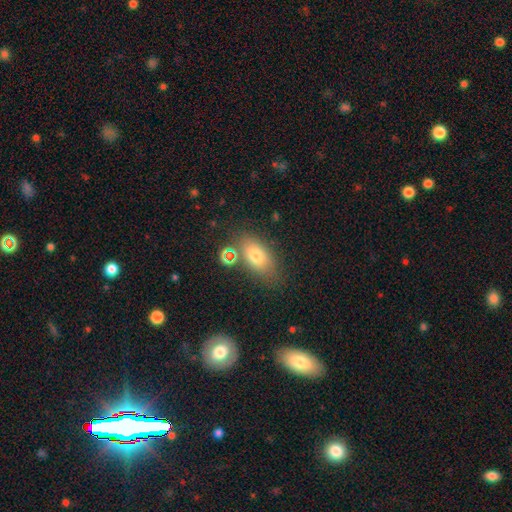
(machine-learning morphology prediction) smooth_or_featured: smooth (p=0.73) [alt: featured or disk p=0.15]
how_rounded: in between (p=0.85) [alt: round p=0.09]
merging: none (p=0.72) [alt: minor disturbance p=0.16]